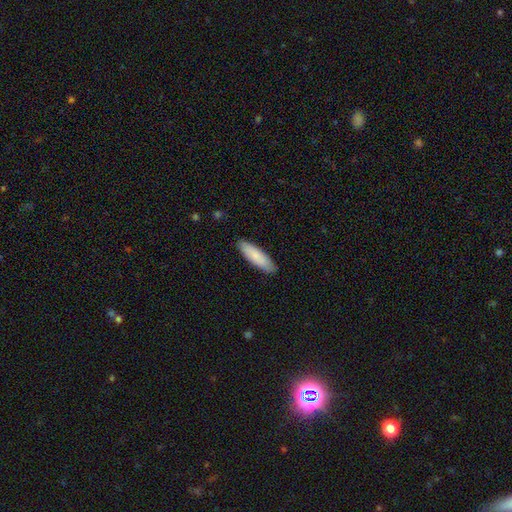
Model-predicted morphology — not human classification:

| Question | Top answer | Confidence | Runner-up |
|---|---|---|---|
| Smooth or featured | smooth | 83% | featured or disk (12%) |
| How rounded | cigar-shaped | 57% | in between (41%) |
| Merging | none | 89% | minor disturbance (9%) |